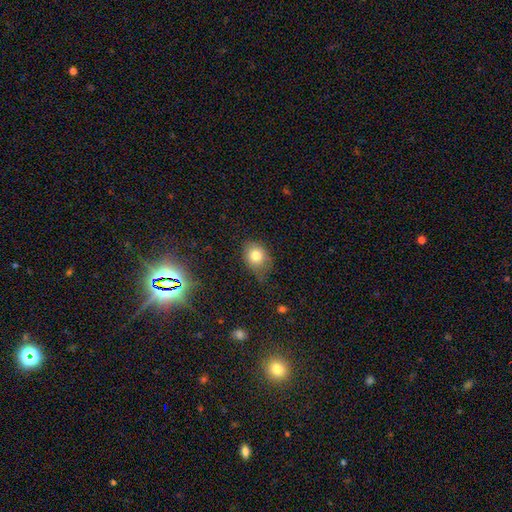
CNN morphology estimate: smooth 79%, star or artifact 11%, featured or disk 10%. Down the decision tree: how rounded — round (52%); merging — none (58%).